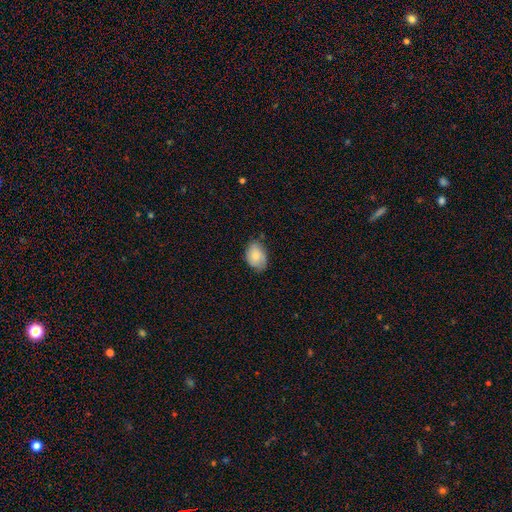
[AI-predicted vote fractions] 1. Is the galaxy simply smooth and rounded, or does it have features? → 77% smooth, 16% featured or disk, 7% star or artifact.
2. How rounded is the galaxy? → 78% in between, 20% round, 1% cigar-shaped.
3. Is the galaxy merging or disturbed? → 65% none, 29% minor disturbance, 5% major disturbance, 1% merger.